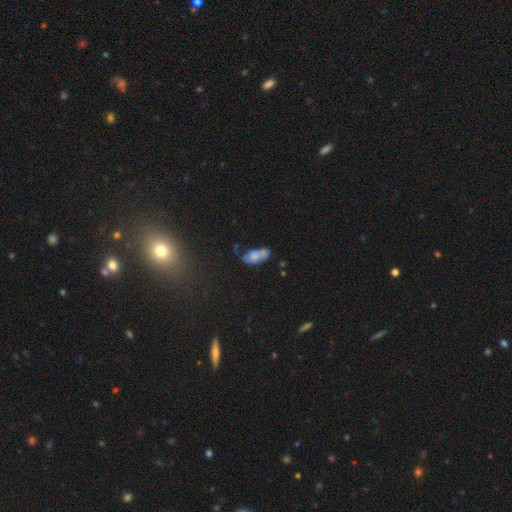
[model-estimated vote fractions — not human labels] Morphology: type=smooth (59%); roundness=in between (87%); merging=none (36%).